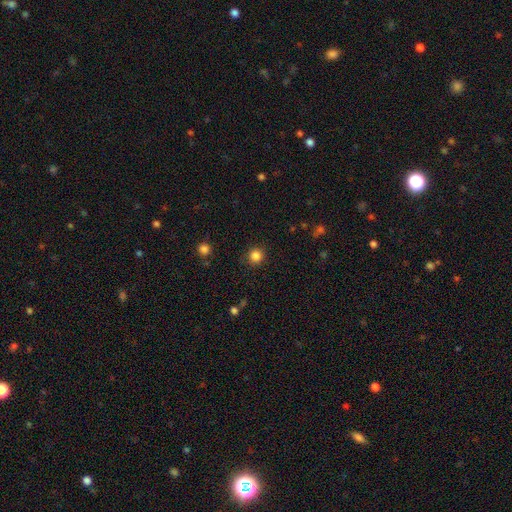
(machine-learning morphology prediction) The model was most divided on "smooth or featured": smooth: 84%, star or artifact: 13%, featured or disk: 4%. More confident: how rounded — round (94%); merging — none (89%).